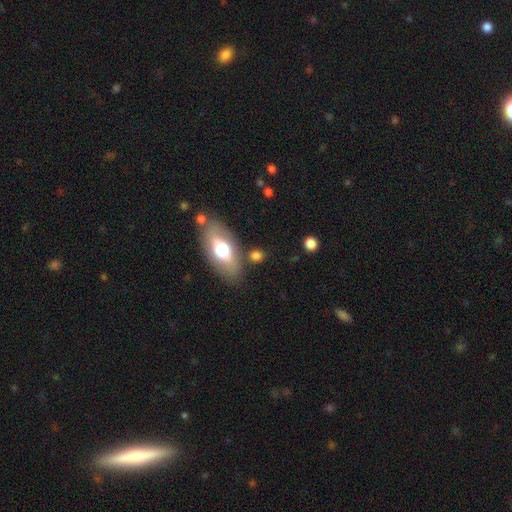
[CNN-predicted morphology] Smooth or featured: smooth — 59% (featured or disk — 31%)
How rounded: in between — 64% (round — 24%)
Merging: none — 77% (minor disturbance — 12%)